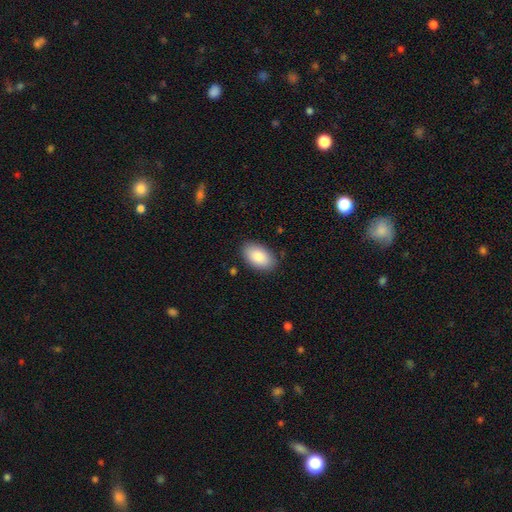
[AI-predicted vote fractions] The model was most divided on "merging": none: 86%, minor disturbance: 10%, major disturbance: 2%, merger: 1%. More confident: how rounded — in between (94%); smooth or featured — smooth (86%).